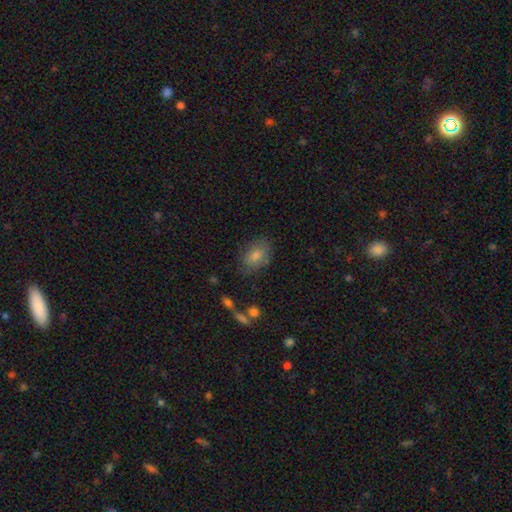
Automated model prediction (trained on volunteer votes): Smooth or featured: smooth — 75% (featured or disk — 14%)
How rounded: in between — 82% (round — 16%)
Merging: none — 79% (minor disturbance — 15%)